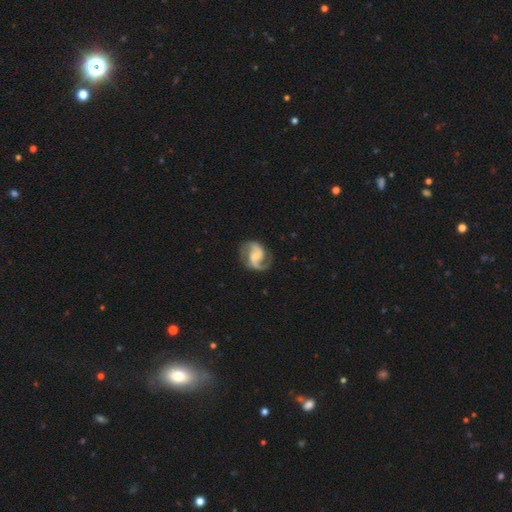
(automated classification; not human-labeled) Morphology: type=featured or disk (88%); edge-on=no (98%); bar=weak (47%); spiral arms=yes (97%); winding=medium (55%); arm count=2 (92%); bulge=small (39%); merging=none (77%).